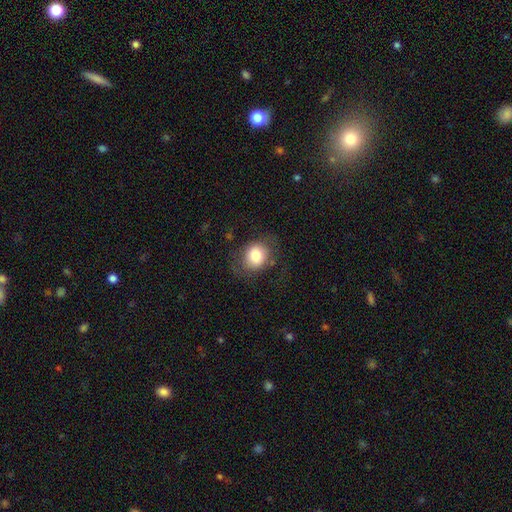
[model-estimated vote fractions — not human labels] This appears to be a smooth galaxy with no disk features (78%) that is round (64%). Merging: none (69%).